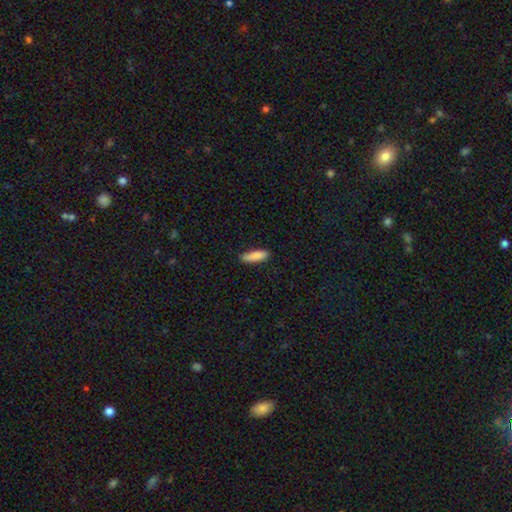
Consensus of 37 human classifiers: Morphology: type=smooth (97%); roundness=cigar-shaped (61%); merging=none (86%).